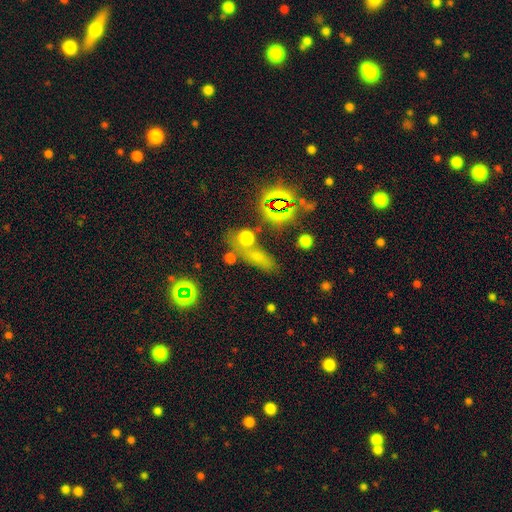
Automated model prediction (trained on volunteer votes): Smooth or featured?
  - smooth: 48% *
  - star or artifact: 37%
  - featured or disk: 15%
Merging?
  - none: 63% *
  - merger: 16%
  - minor disturbance: 14%
  - major disturbance: 7%